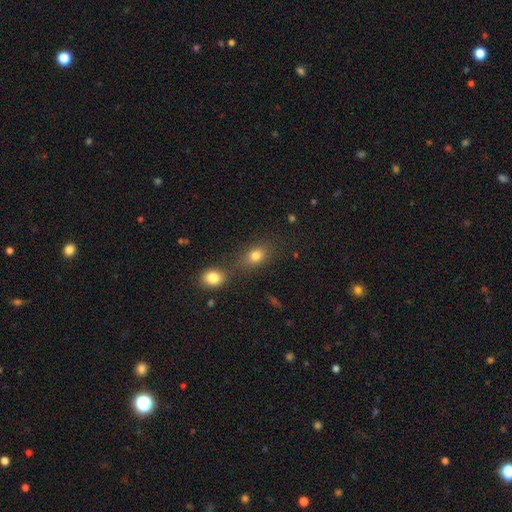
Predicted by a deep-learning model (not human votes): This appears to be a smooth galaxy with no disk features (79%) that is in between round and cigar-shaped (62%). Merging: none (59%).